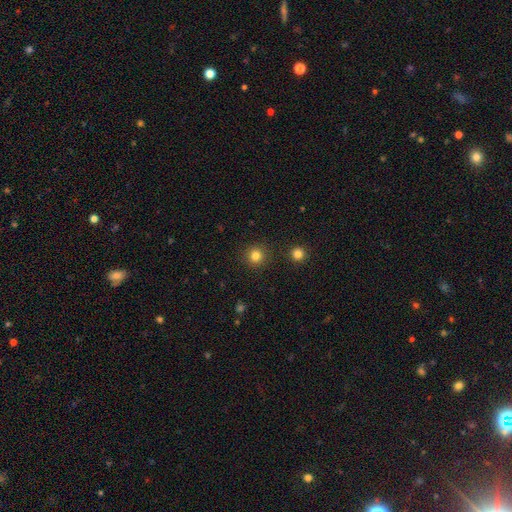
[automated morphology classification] type=smooth (82%); roundness=round (94%); merging=none (91%).